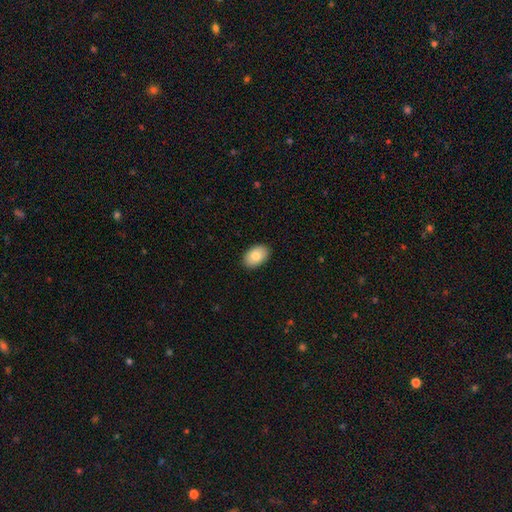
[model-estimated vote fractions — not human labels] smooth-or-featured: smooth: 83% | featured or disk: 10% | star or artifact: 7%
  how-rounded: in between: 91% | round: 8% | cigar-shaped: 1%
  merging: none: 90% | minor disturbance: 8% | major disturbance: 2% | merger: 1%